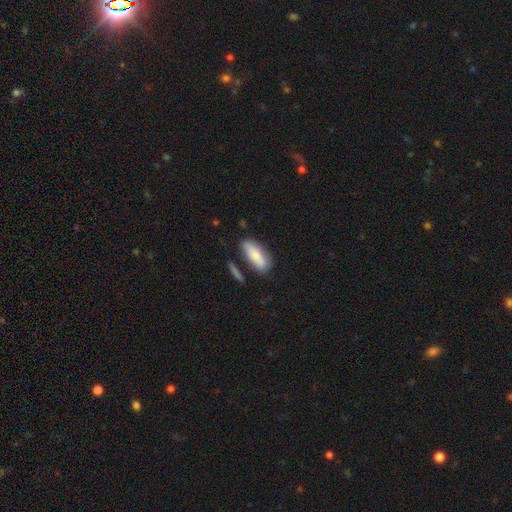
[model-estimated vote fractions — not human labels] smooth-or-featured: smooth: 79% | featured or disk: 15% | star or artifact: 6%
  how-rounded: in between: 73% | cigar-shaped: 24% | round: 2%
  merging: none: 69% | minor disturbance: 19% | merger: 7% | major disturbance: 5%